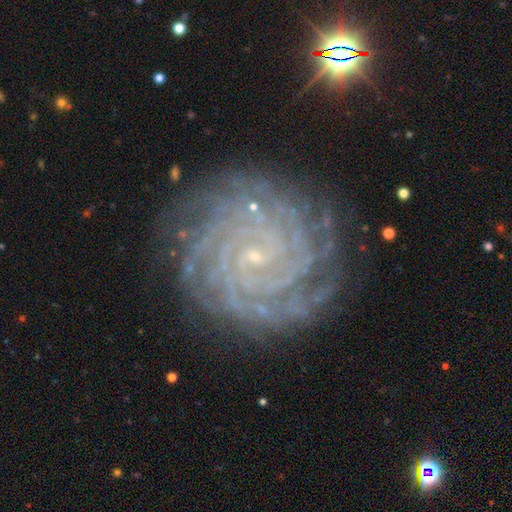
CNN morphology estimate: A featured or disk galaxy (91%) with no bar (59%), more than 4 (28%) tight (89%) spiral arms (99%) and a small central bulge (88%).

Vote fractions:
- Smooth or featured? featured or disk: 91% / star or artifact: 6% / smooth: 4%
- Edge-on disk? no: 98% / yes: 2%
- Bar? no: 59% / weak: 28% / strong: 13%
- Spiral arms? yes: 99% / no: 1%
- Spiral winding? tight: 89% / medium: 10% / loose: 2%
- Spiral arm count? more than 4: 28% / 4: 23% / can't tell: 15% / 3: 13% / 2: 12% / 1: 9%
- Bulge size? small: 88% / moderate: 7% / none: 3% / large: 1% / dominant: 1%
- Merging? none: 83% / minor disturbance: 12% / major disturbance: 3% / merger: 1%